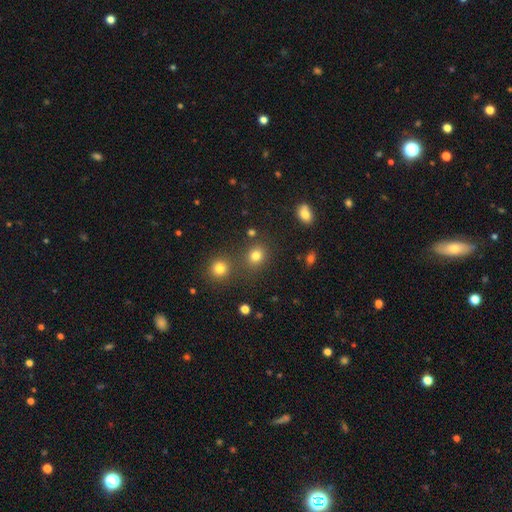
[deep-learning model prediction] Smooth or featured? Predicted: smooth (p=0.78). How rounded? Predicted: round (p=0.71). Merging? Predicted: none (p=0.77).